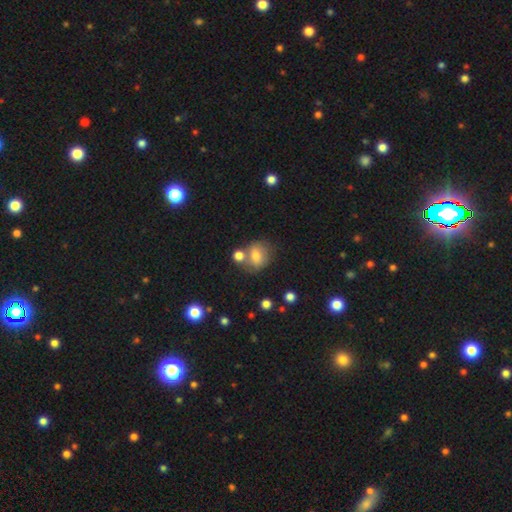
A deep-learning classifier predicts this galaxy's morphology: The model was most divided on "merging": none: 50%, merger: 27%, minor disturbance: 17%, major disturbance: 7%. More confident: smooth or featured — smooth (69%); how rounded — round (65%).